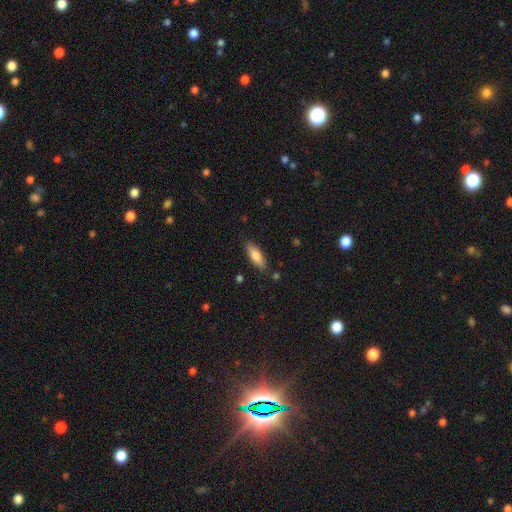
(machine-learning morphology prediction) Smooth or featured? Predicted: smooth (p=0.78). How rounded? Predicted: in between (p=0.56). Merging? Predicted: none (p=0.85).